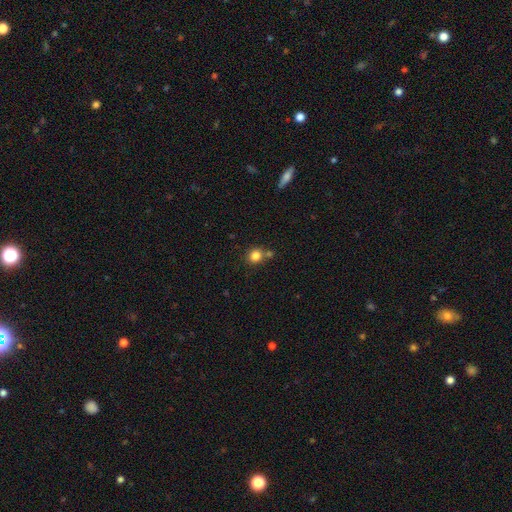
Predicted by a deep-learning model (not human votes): A smooth galaxy with no disk features (83%) that is round (87%). Merging: none (66%).